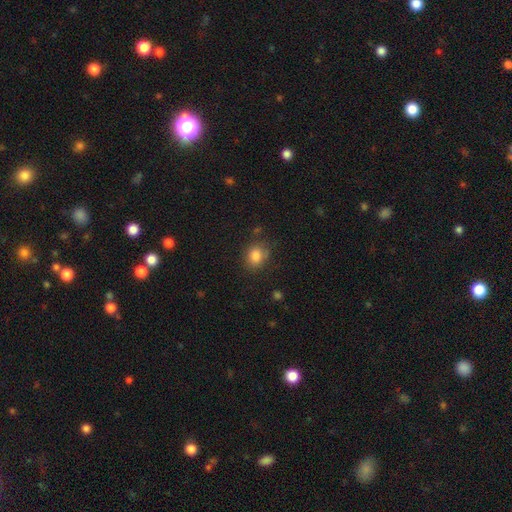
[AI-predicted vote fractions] Overall: smooth (84%). How rounded: round (59%; in between 40%). Merging: none (75%).